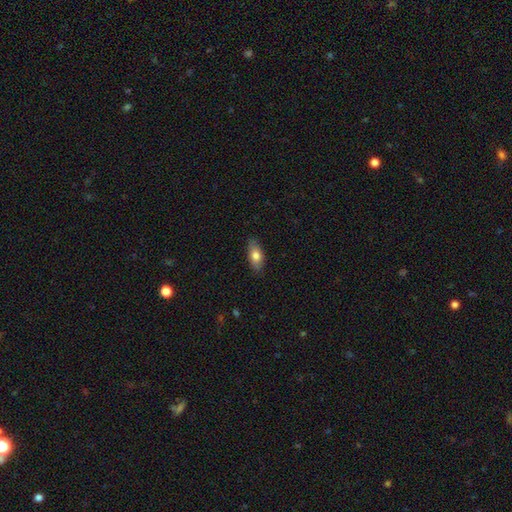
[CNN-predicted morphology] This is likely a smooth galaxy (75%). How rounded: clearly in between (83%). Merging: clearly none (85%).